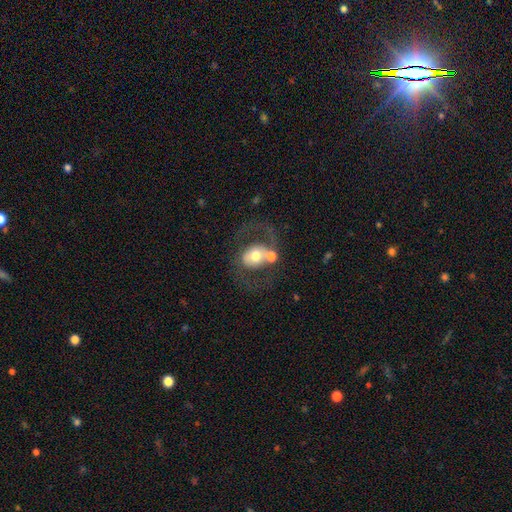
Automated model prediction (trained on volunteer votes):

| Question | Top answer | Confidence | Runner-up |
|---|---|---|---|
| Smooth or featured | featured or disk | 57% | smooth (35%) |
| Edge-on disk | no | 96% | yes (4%) |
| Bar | no | 64% | weak (25%) |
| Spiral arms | yes | 55% | no (45%) |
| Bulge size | moderate | 64% | large (21%) |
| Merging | none | 44% | merger (24%) |